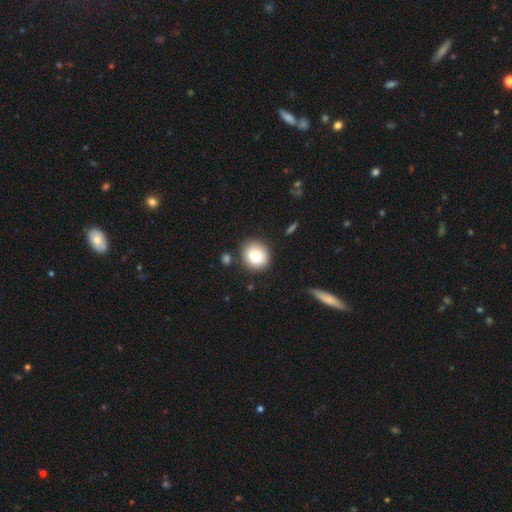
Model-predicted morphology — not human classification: A smooth galaxy with no disk features (83%) that is round (81%). Merging: none (83%).